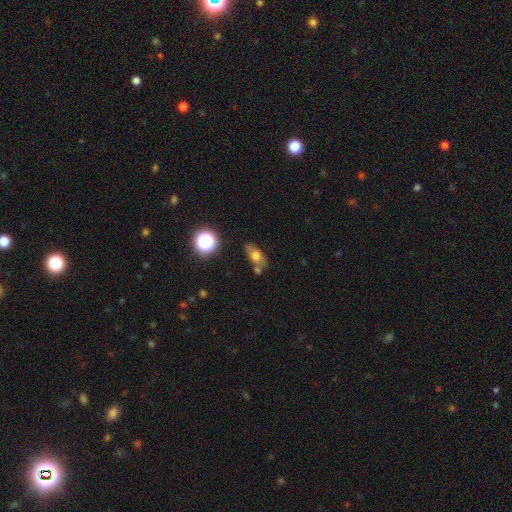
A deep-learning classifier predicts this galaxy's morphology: Smooth or featured? Predicted: smooth (p=0.66). How rounded? Predicted: in between (p=0.76). Merging? Predicted: none (p=0.65).